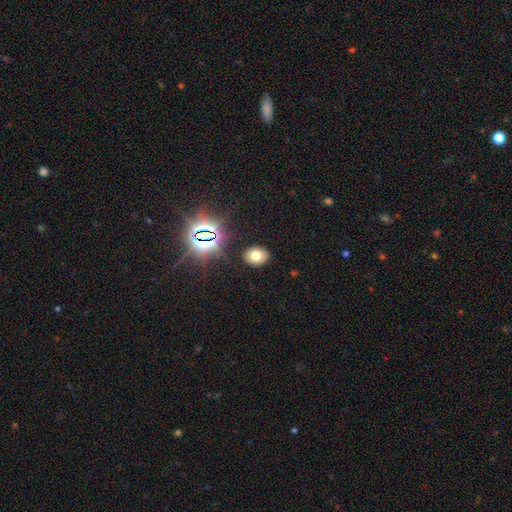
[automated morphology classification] Smooth or featured? smooth (69%)
How rounded? in between (60%)
Merging? none (88%)